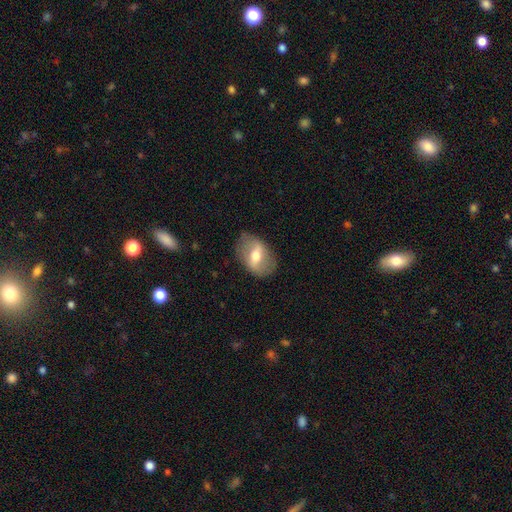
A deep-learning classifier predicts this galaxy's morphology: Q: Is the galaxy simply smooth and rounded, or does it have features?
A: featured or disk — 56%.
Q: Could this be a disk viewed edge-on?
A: no — 90%.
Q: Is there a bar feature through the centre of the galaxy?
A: strong — 45%.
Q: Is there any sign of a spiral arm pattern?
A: no — 56%.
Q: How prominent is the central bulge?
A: moderate — 69%.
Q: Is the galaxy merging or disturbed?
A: none — 77%.